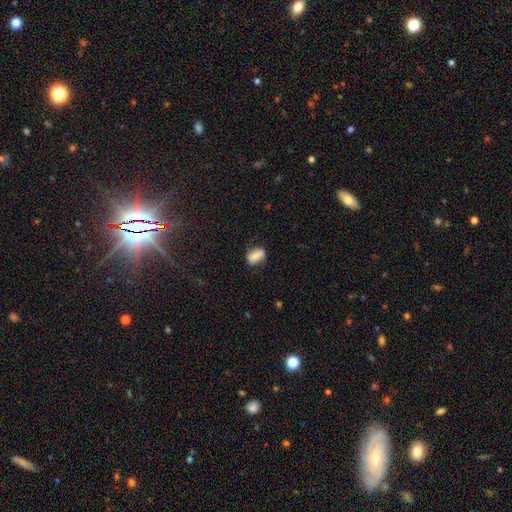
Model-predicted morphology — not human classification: This appears to be a smooth galaxy with no disk features (70%) that is in between round and cigar-shaped (79%). Merging: none (65%).